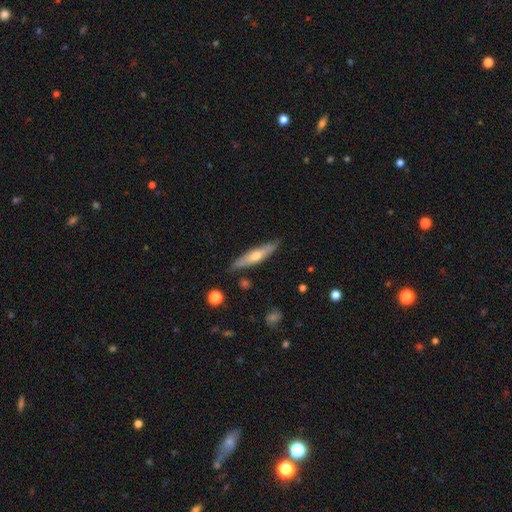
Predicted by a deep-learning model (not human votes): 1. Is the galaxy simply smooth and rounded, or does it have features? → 48% featured or disk, 46% smooth, 6% star or artifact.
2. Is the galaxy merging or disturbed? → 81% none, 14% minor disturbance, 2% major disturbance, 2% merger.